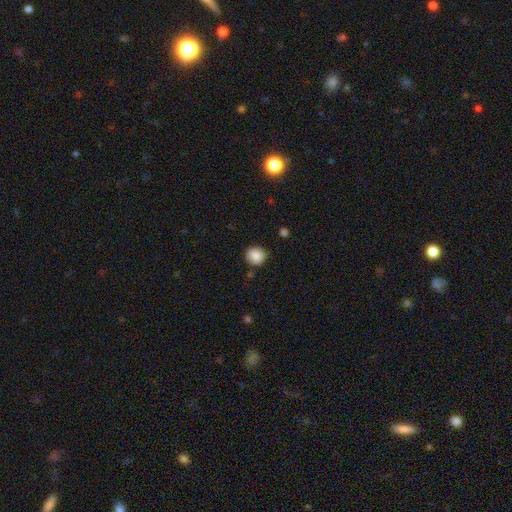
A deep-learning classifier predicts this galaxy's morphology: This appears to be a smooth galaxy with no disk features (87%) that is round (87%). Merging: none (83%).